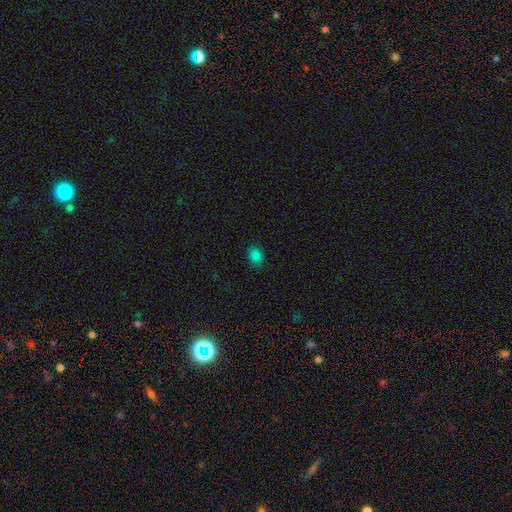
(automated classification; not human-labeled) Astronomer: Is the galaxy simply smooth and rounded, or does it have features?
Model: smooth — 82%.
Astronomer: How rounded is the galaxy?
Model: in between — 54% (runner-up: round, 44%).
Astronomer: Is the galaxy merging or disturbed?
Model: none — 86%.